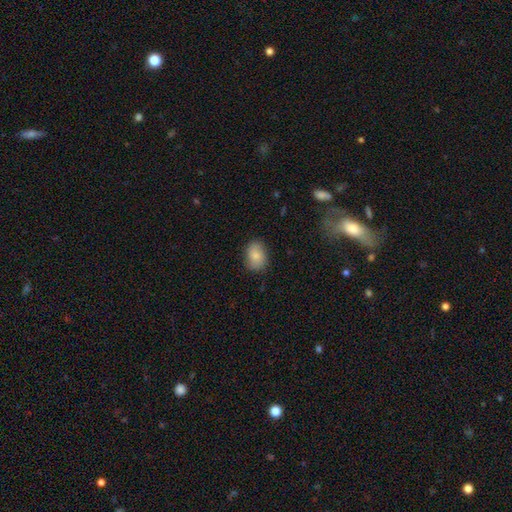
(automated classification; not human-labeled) Smooth or featured: smooth — 83% (featured or disk — 10%)
How rounded: in between — 75% (round — 24%)
Merging: none — 81% (minor disturbance — 14%)